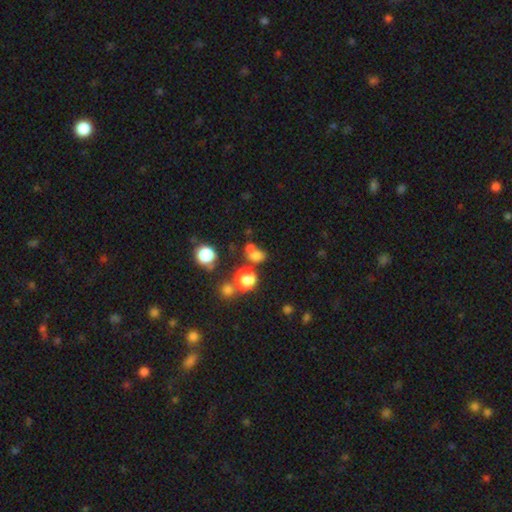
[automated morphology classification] smooth 70%, star or artifact 21%, featured or disk 9%. Down the decision tree: how rounded — round (63%); merging — none (53%).